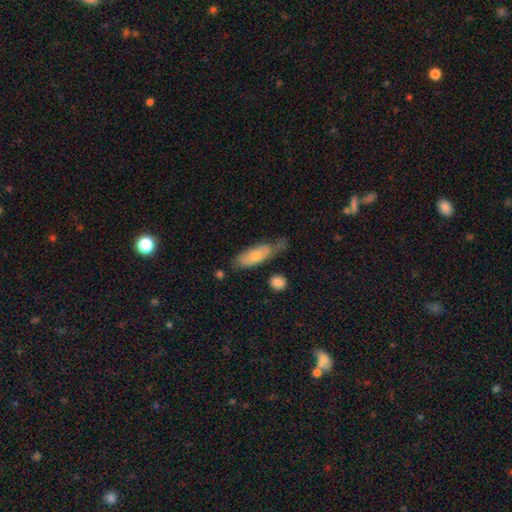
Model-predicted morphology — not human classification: type=smooth (61%); roundness=in between (57%); merging=none (51%).